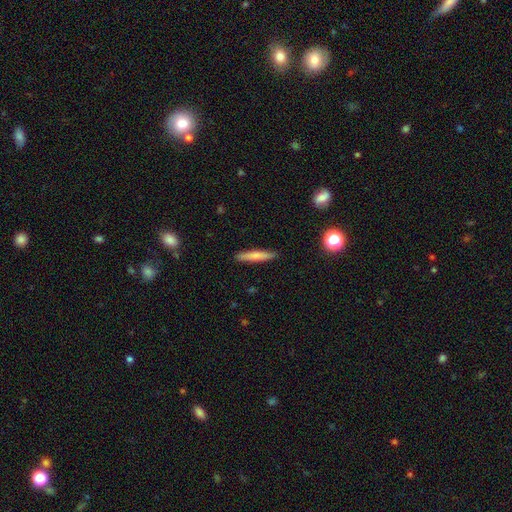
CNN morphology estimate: type=smooth (72%); roundness=cigar-shaped (92%); merging=none (90%).